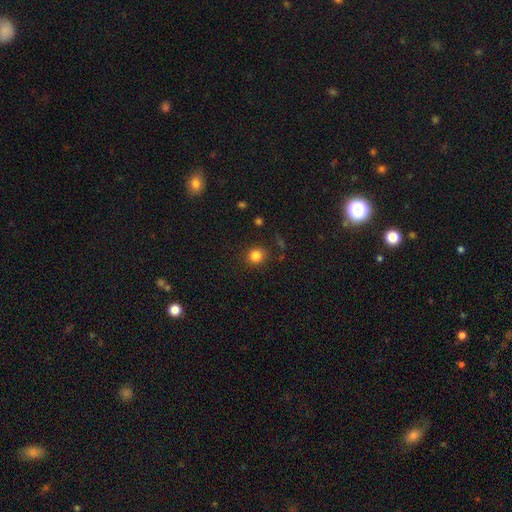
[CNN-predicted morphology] Smooth or featured?
  - smooth: 84% *
  - star or artifact: 12%
  - featured or disk: 5%
How rounded?
  - round: 89% *
  - in between: 11%
  - cigar-shaped: 1%
Merging?
  - none: 88% *
  - minor disturbance: 8%
  - major disturbance: 3%
  - merger: 2%